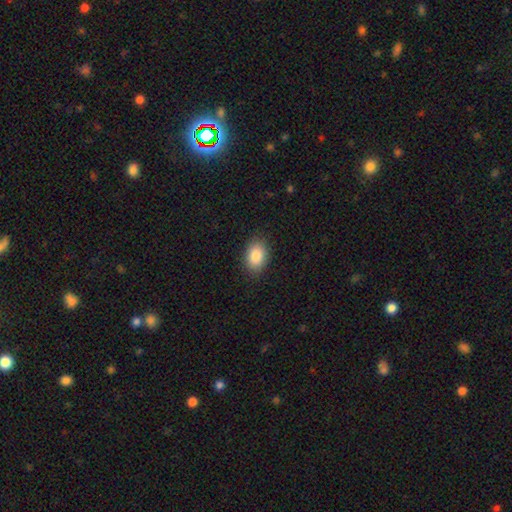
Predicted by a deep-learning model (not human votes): A smooth galaxy with no disk features (86%) that is in between round and cigar-shaped (84%).

Vote fractions:
- Smooth or featured? smooth: 86% / star or artifact: 7% / featured or disk: 6%
- How rounded? in between: 84% / round: 15% / cigar-shaped: 1%
- Merging? none: 87% / minor disturbance: 10% / major disturbance: 2% / merger: 1%